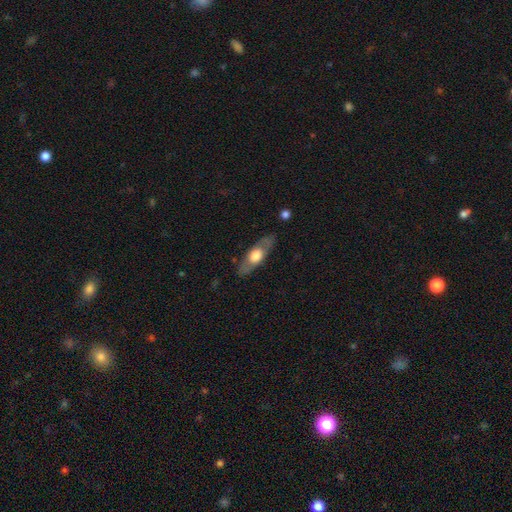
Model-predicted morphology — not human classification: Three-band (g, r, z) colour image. It shows a featured or disk galaxy (49%). Merging: none (82%).